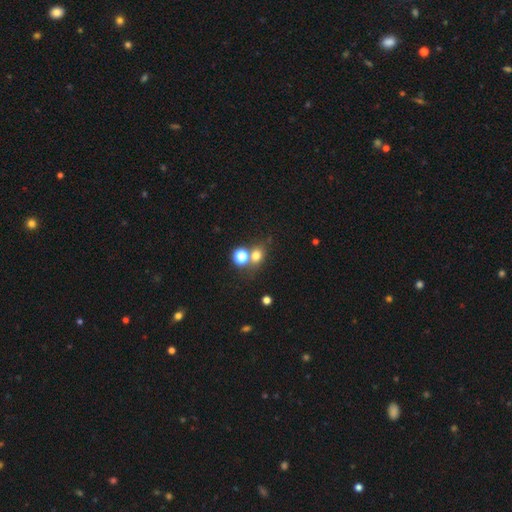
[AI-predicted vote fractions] Morphology: type=smooth (70%); roundness=round (68%); merging=none (60%).